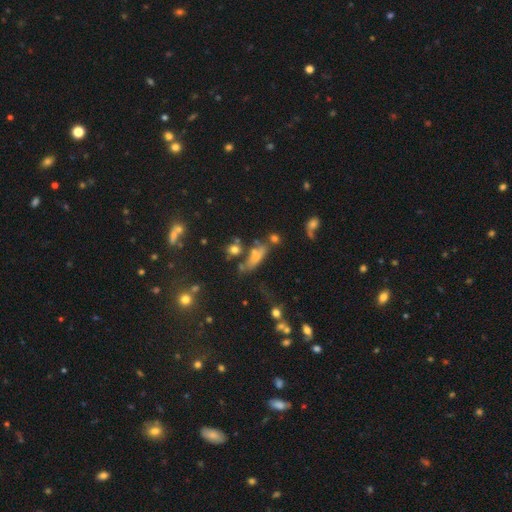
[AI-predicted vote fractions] smooth 47%, featured or disk 30%, star or artifact 23%. Down the decision tree: merging — none (49%).